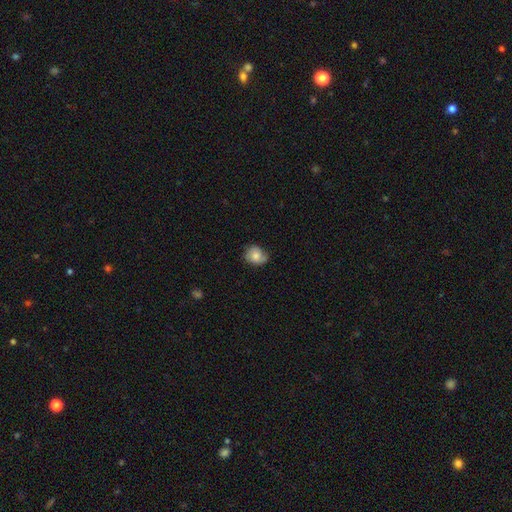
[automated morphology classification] Smooth or featured? smooth (68%)
How rounded? round (68%)
Merging? none (59%)